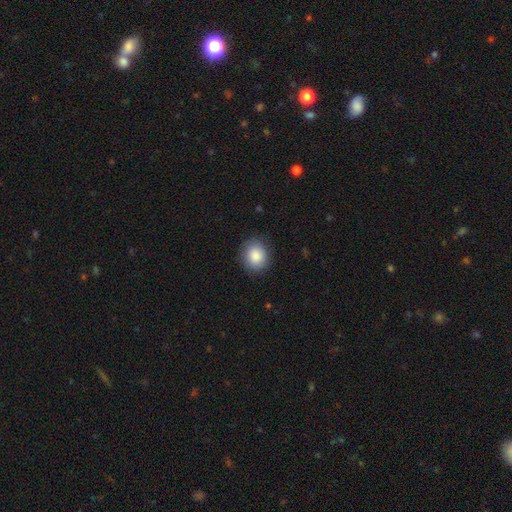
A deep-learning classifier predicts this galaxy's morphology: This appears to be a smooth galaxy with no disk features (87%) that is round (71%). Merging: none (87%).